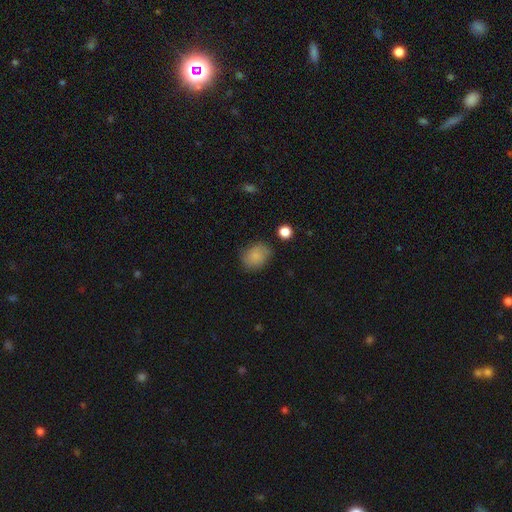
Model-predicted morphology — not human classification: Overall: smooth (82%). How rounded: in between (55%; round 44%). Merging: none (74%).